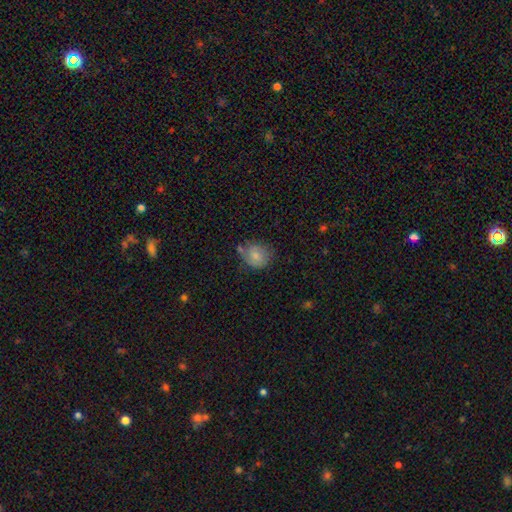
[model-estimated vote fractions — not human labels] Morphology: type=smooth (70%); roundness=round (60%); merging=none (56%).